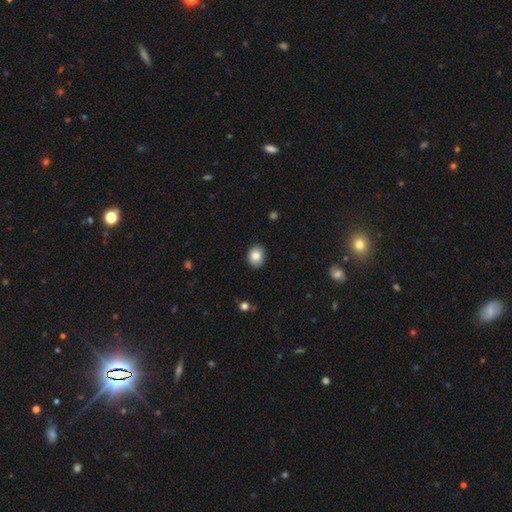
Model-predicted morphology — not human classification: type=smooth (84%); roundness=in between (54%); merging=none (86%).